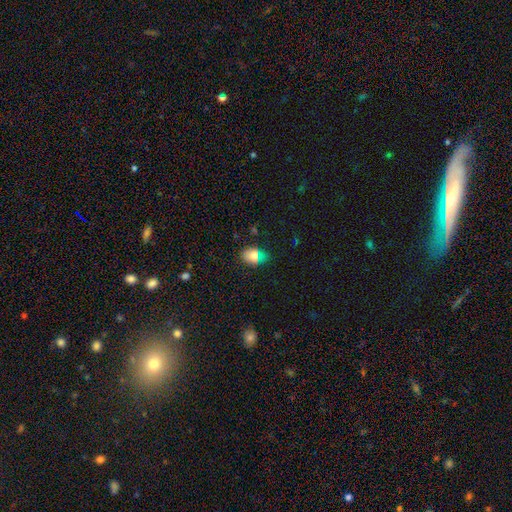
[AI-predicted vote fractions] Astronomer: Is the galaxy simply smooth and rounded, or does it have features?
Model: smooth — 75%.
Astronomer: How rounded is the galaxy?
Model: in between — 82%.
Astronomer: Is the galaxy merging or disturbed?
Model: none — 79%.